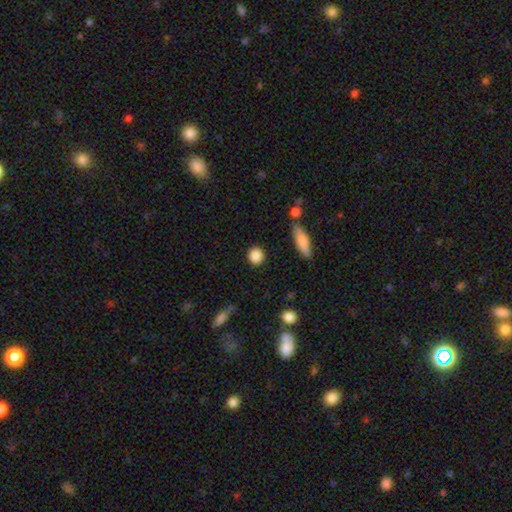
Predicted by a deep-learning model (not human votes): A smooth galaxy with no disk features (87%) that is round (87%).

Vote fractions:
- Smooth or featured? smooth: 87% / star or artifact: 8% / featured or disk: 5%
- How rounded? round: 87% / in between: 11% / cigar-shaped: 2%
- Merging? none: 88% / minor disturbance: 7% / major disturbance: 2% / merger: 2%